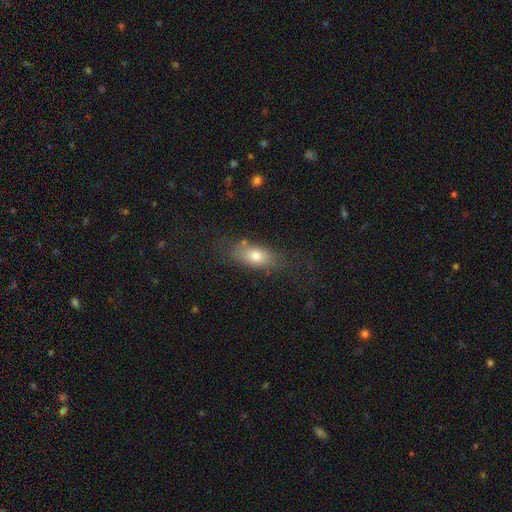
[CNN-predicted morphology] smooth-or-featured: smooth: 74% | featured or disk: 17% | star or artifact: 9%
  how-rounded: in between: 81% | cigar-shaped: 10% | round: 8%
  merging: none: 70% | minor disturbance: 19% | major disturbance: 9% | merger: 3%